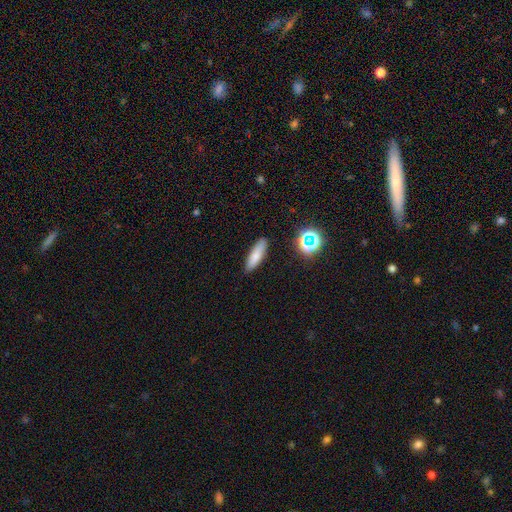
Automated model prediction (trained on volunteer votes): smooth-or-featured: smooth: 76% | featured or disk: 13% | star or artifact: 10%
  how-rounded: cigar-shaped: 60% | in between: 37% | round: 3%
  merging: none: 86% | minor disturbance: 10% | major disturbance: 2% | merger: 2%